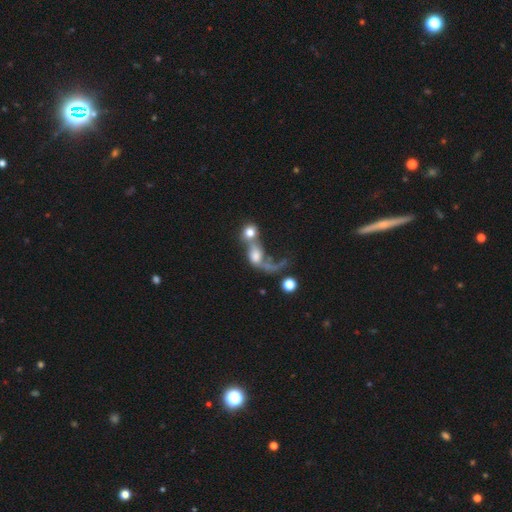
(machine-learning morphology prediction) This is possibly a featured or disk galaxy (45%). Merging: possibly merger (59%).